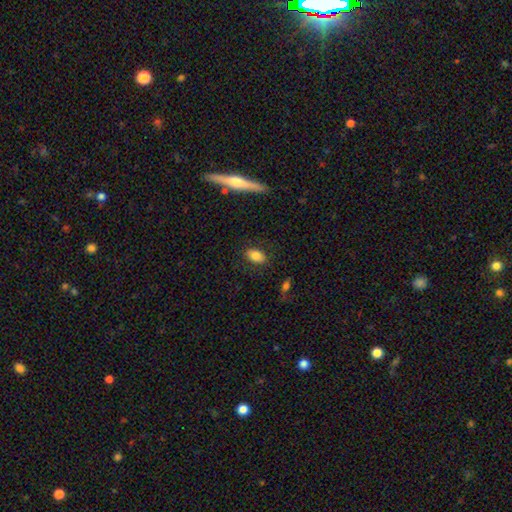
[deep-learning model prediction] smooth_or_featured: smooth (p=0.82) [alt: featured or disk p=0.10]
how_rounded: in between (p=0.87) [alt: round p=0.10]
merging: none (p=0.85) [alt: minor disturbance p=0.10]